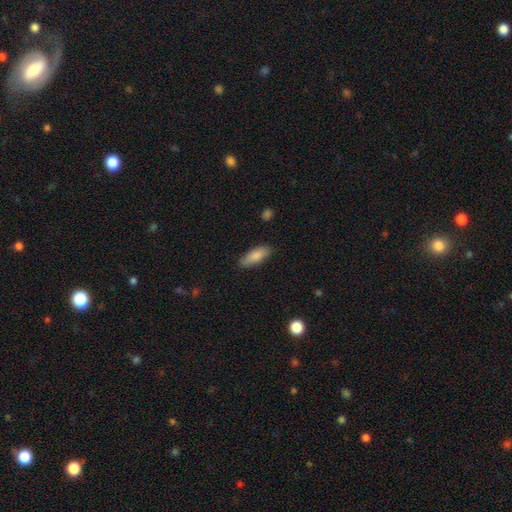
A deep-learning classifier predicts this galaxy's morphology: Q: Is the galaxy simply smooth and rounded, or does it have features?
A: smooth — 86%.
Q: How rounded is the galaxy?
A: in between — 68%.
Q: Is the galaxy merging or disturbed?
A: none — 85%.